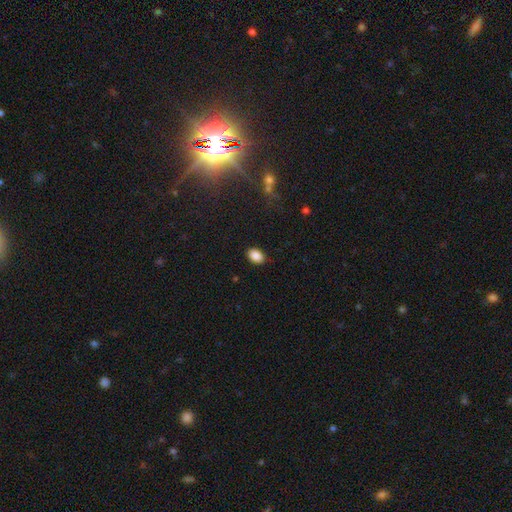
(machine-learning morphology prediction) smooth_or_featured: smooth (p=0.88) [alt: star or artifact p=0.08]
how_rounded: in between (p=0.82) [alt: round p=0.16]
merging: none (p=0.88) [alt: minor disturbance p=0.09]